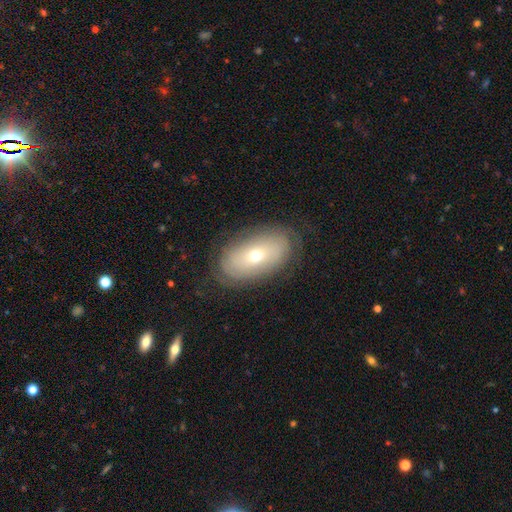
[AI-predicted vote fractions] smooth-or-featured: smooth: 49% | featured or disk: 41% | star or artifact: 10%
  merging: none: 76% | minor disturbance: 16% | major disturbance: 7% | merger: 1%